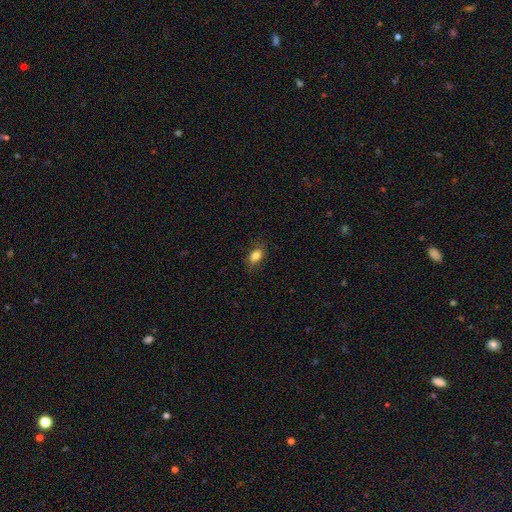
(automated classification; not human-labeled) A smooth galaxy with no disk features (84%) that is in between round and cigar-shaped (84%).

Vote fractions:
- Smooth or featured? smooth: 84% / star or artifact: 9% / featured or disk: 8%
- How rounded? in between: 84% / round: 13% / cigar-shaped: 2%
- Merging? none: 82% / minor disturbance: 13% / major disturbance: 3% / merger: 1%